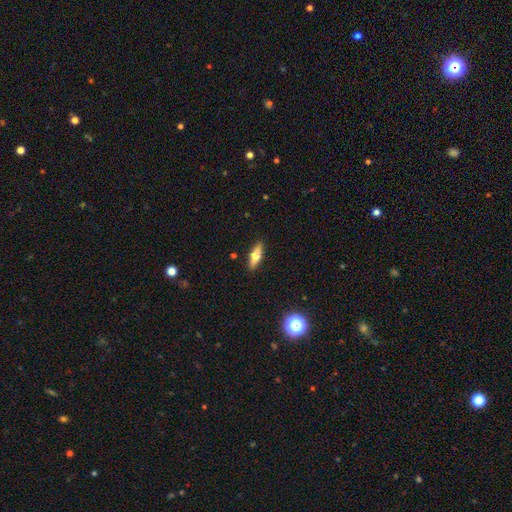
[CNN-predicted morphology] A smooth galaxy with no disk features (55%) that is in between round and cigar-shaped (49%).

Vote fractions:
- Smooth or featured? smooth: 55% / featured or disk: 37% / star or artifact: 7%
- How rounded? in between: 49% / cigar-shaped: 48% / round: 3%
- Merging? none: 90% / minor disturbance: 7% / major disturbance: 2% / merger: 1%